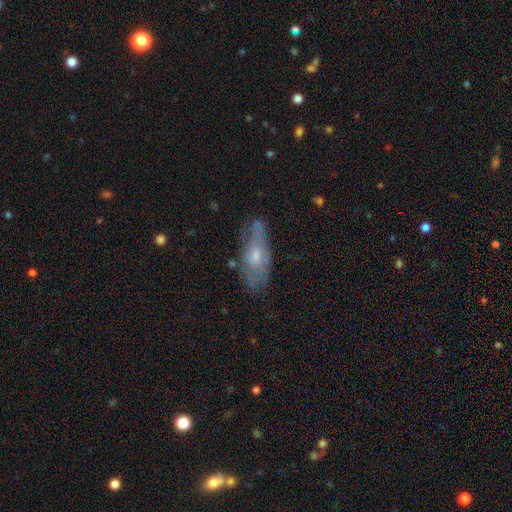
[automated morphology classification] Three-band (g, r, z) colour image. It shows a featured or disk galaxy (49%). Merging: none (59%).